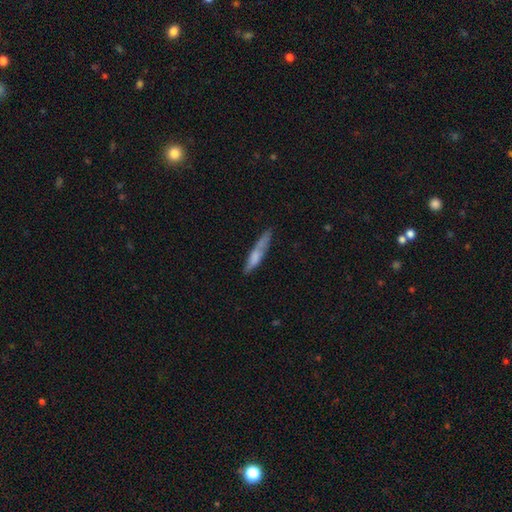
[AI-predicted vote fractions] This appears to be a smooth galaxy with no disk features (65%) that is cigar-shaped (88%). Merging: none (68%).